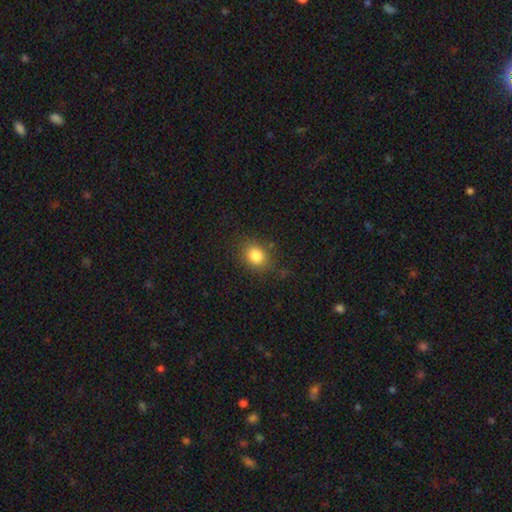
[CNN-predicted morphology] Smooth or featured? smooth (83%)
How rounded? in between (54%)
Merging? none (80%)